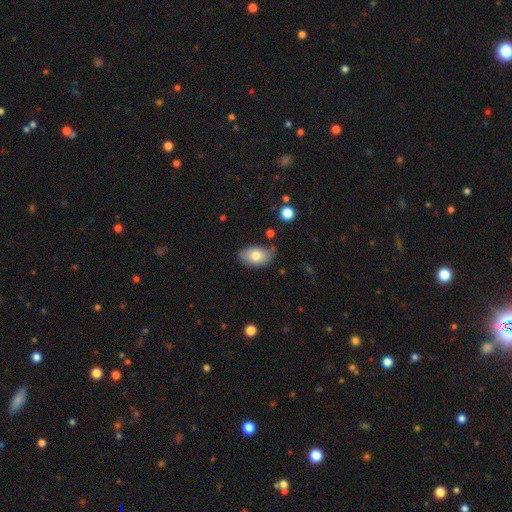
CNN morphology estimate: Smooth or featured? smooth (78%)
How rounded? in between (91%)
Merging? none (73%)